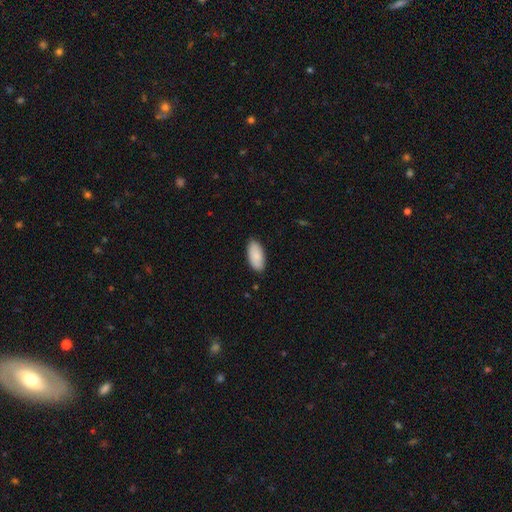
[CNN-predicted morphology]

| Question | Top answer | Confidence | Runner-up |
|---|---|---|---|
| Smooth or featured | smooth | 86% | featured or disk (8%) |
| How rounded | in between | 93% | cigar-shaped (5%) |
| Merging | none | 85% | minor disturbance (12%) |